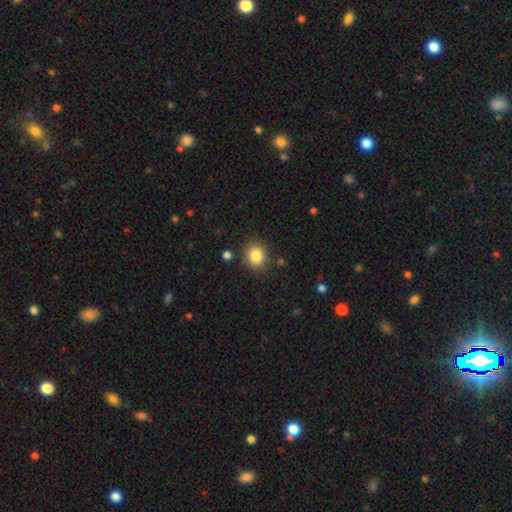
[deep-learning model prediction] Smooth or featured? smooth (84%)
How rounded? round (77%)
Merging? none (86%)